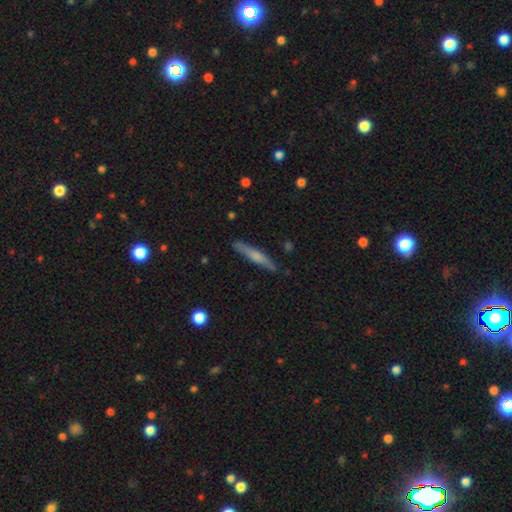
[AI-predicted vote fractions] Q: Smooth or featured?
A: smooth (47%); tied with: featured or disk (47%)
Q: Merging?
A: none (88%); runner-up: minor disturbance (9%)